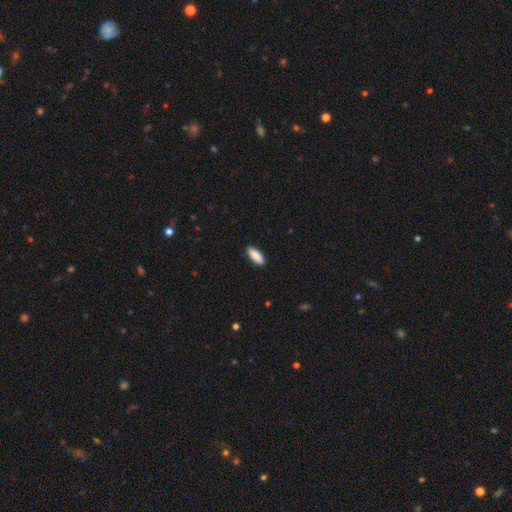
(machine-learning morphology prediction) Smooth or featured?
  - smooth: 89% *
  - star or artifact: 6%
  - featured or disk: 5%
How rounded?
  - in between: 63% *
  - cigar-shaped: 35%
  - round: 2%
Merging?
  - none: 90% *
  - minor disturbance: 7%
  - major disturbance: 2%
  - merger: 1%